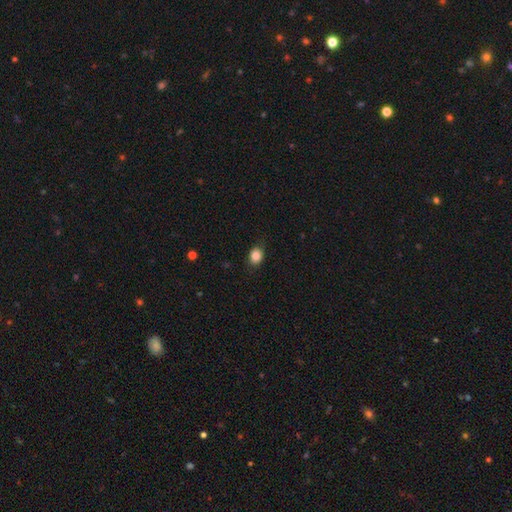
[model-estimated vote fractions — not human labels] Smooth or featured: smooth — 86% (star or artifact — 9%)
How rounded: in between — 54% (round — 45%)
Merging: none — 82% (minor disturbance — 14%)